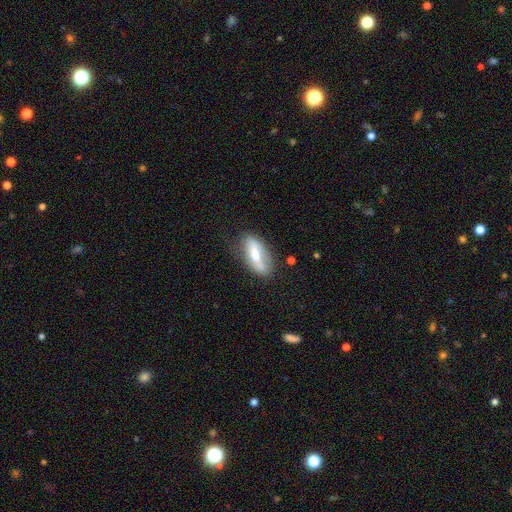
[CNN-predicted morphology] Smooth or featured? featured or disk (54%)
Edge-on disk? no (70%)
Merging? none (70%)